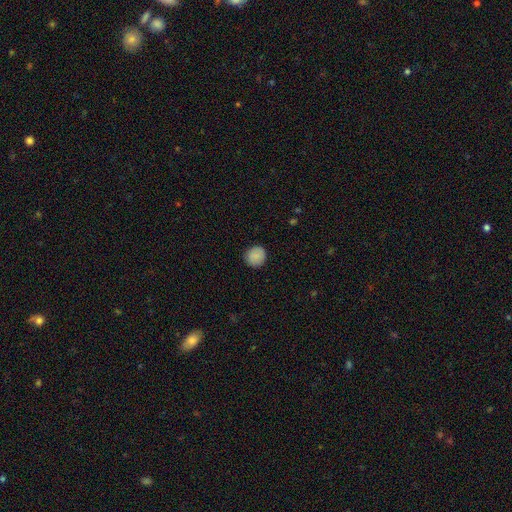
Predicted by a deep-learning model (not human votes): Smooth or featured?
  - smooth: 87% *
  - star or artifact: 8%
  - featured or disk: 5%
How rounded?
  - round: 92% *
  - in between: 7%
  - cigar-shaped: 1%
Merging?
  - none: 90% *
  - minor disturbance: 7%
  - major disturbance: 2%
  - merger: 1%